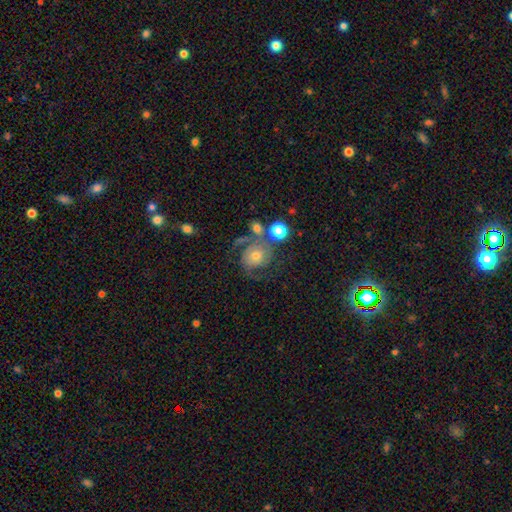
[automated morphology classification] A featured or disk galaxy (70%) with no bar (78%), 2 (79%) medium (44%) spiral arms (91%) and a moderate central bulge (45%).

Vote fractions:
- Smooth or featured? featured or disk: 70% / smooth: 20% / star or artifact: 10%
- Edge-on disk? no: 98% / yes: 2%
- Bar? no: 78% / weak: 18% / strong: 5%
- Spiral arms? yes: 91% / no: 9%
- Spiral winding? medium: 44% / tight: 33% / loose: 23%
- Spiral arm count? 2: 79% / can't tell: 8% / 1: 5% / 3: 4% / 4: 2% / more than 4: 2%
- Bulge size? moderate: 45% / small: 43% / large: 6% / none: 3% / dominant: 2%
- Merging? none: 56% / minor disturbance: 17% / major disturbance: 16% / merger: 11%